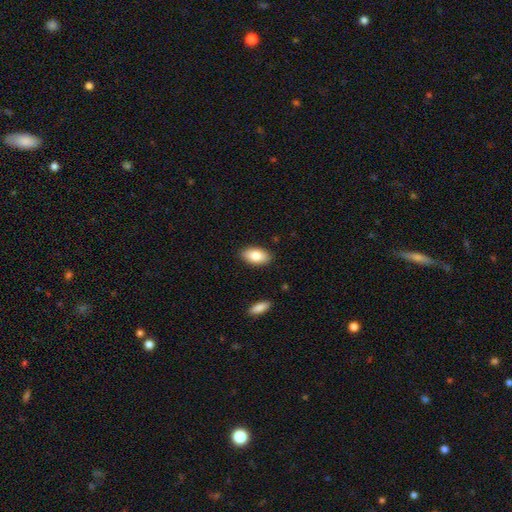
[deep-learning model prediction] Smooth or featured? smooth (84%)
How rounded? in between (94%)
Merging? none (88%)